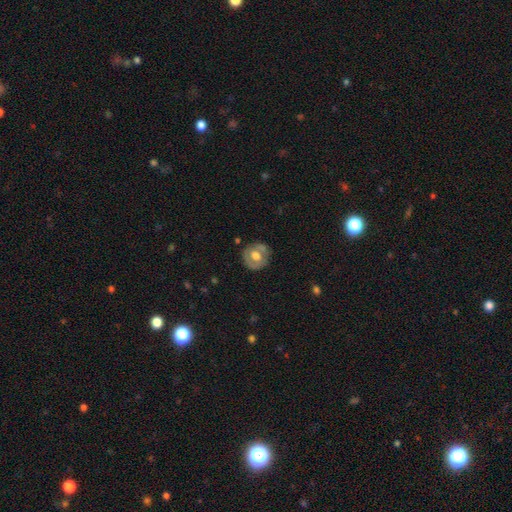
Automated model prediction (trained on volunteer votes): A featured or disk galaxy (47%, tied with smooth).

Vote fractions:
- Smooth or featured? featured or disk: 47% (tied) / smooth: 47% (tied) / star or artifact: 7%
- Merging? none: 76% / minor disturbance: 16% / major disturbance: 5% / merger: 3%